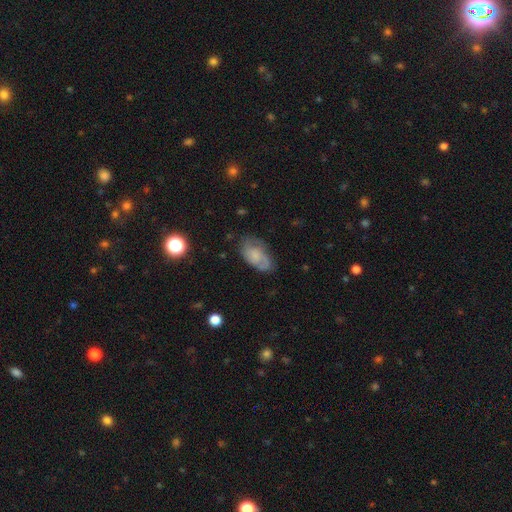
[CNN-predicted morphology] smooth-or-featured: featured or disk: 47% | smooth: 45% | star or artifact: 8%
  merging: none: 62% | minor disturbance: 25% | major disturbance: 11% | merger: 2%